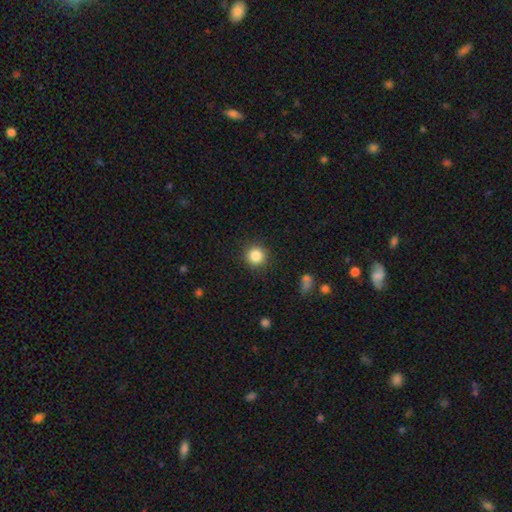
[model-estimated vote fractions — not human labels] Q: Smooth or featured?
A: smooth (85%); runner-up: star or artifact (10%)
Q: How rounded?
A: round (94%); runner-up: in between (5%)
Q: Merging?
A: none (90%); runner-up: minor disturbance (6%)